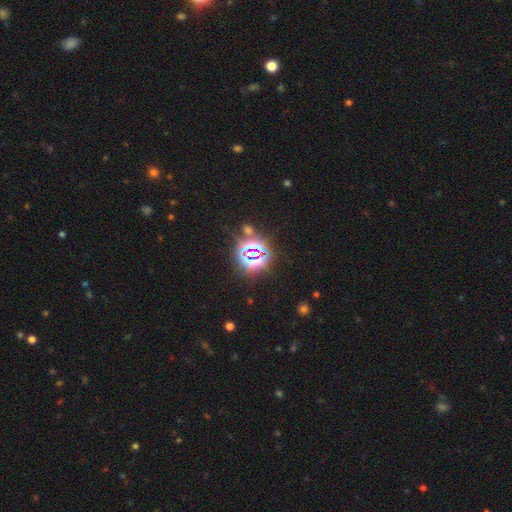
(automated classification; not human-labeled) Smooth or featured?
  - star or artifact: 79% *
  - smooth: 12%
  - featured or disk: 9%